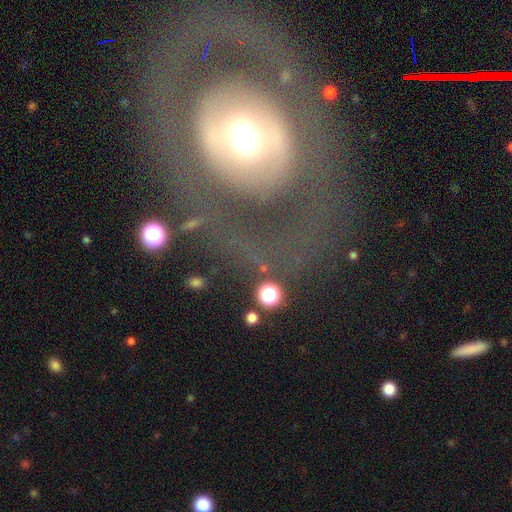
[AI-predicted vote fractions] A featured or disk galaxy (60%) with no bar (70%), no spiral arms (74%) and a moderate central bulge (50%).

Vote fractions:
- Smooth or featured? featured or disk: 60% / smooth: 30% / star or artifact: 10%
- Edge-on disk? no: 93% / yes: 7%
- Bar? no: 70% / weak: 18% / strong: 12%
- Spiral arms? no: 74% / yes: 26%
- Bulge size? moderate: 50% / large: 29% / small: 10% / dominant: 9% / none: 1%
- Merging? none: 69% / major disturbance: 16% / minor disturbance: 12% / merger: 3%